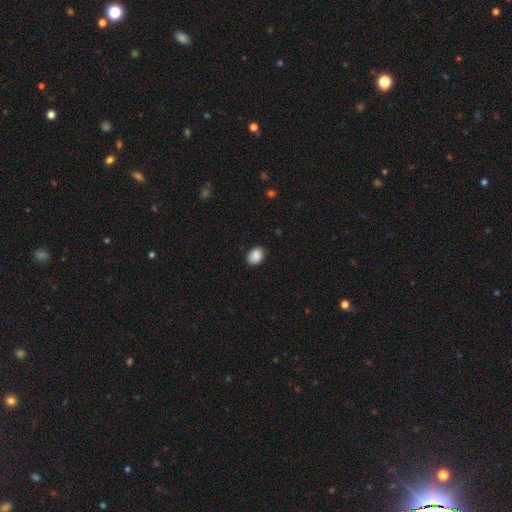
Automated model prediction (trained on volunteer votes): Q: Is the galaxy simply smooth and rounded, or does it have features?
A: smooth — 89%.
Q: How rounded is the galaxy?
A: in between — 67%.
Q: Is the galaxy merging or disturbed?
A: none — 85%.